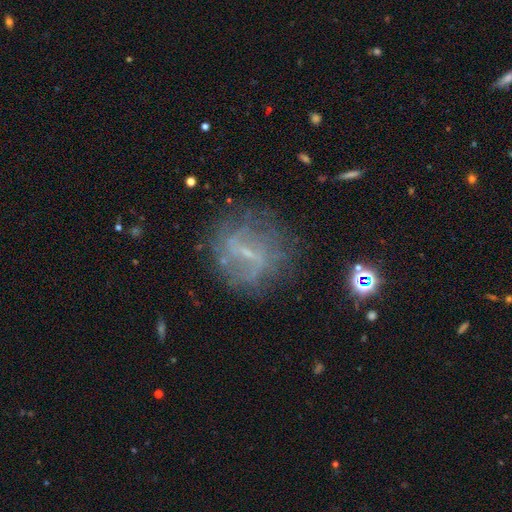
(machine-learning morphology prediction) The model was most divided on "bar": weak: 45%, strong: 34%, no: 21%. More confident: edge-on disk — no (93%); merging — none (71%); bulge size — small (68%); smooth or featured — featured or disk (64%); spiral arms — yes (57%).